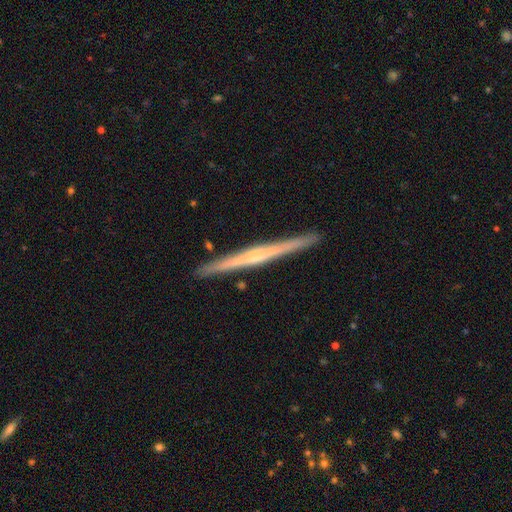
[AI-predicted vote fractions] A featured or disk galaxy (72%) viewed edge-on (98%) with no central bulge (52%). Merging: none (92%).